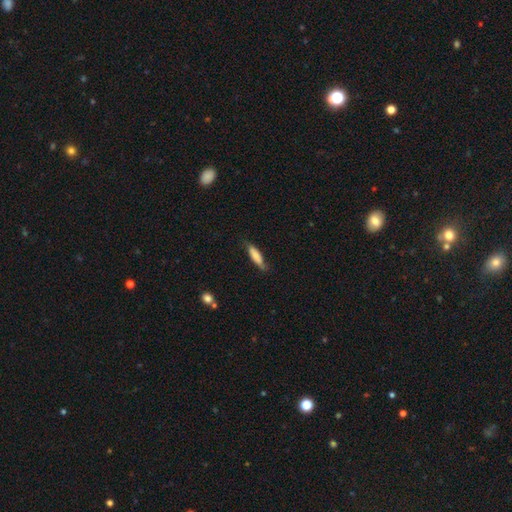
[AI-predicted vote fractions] smooth 78%, featured or disk 16%, star or artifact 6%. Down the decision tree: how rounded — cigar-shaped (64%); merging — none (70%).